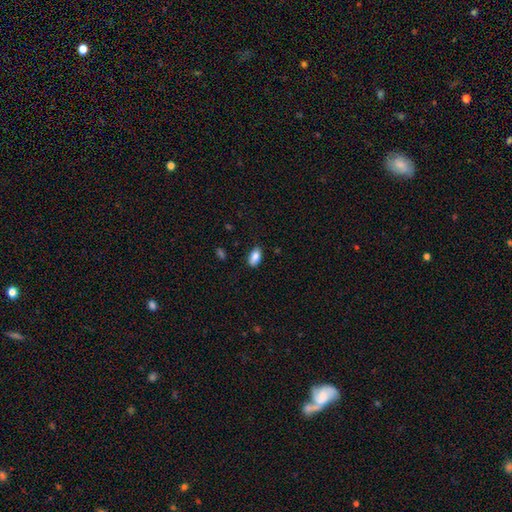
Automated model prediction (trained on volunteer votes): A smooth galaxy with no disk features (86%) that is in between round and cigar-shaped (92%). Merging: none (83%).